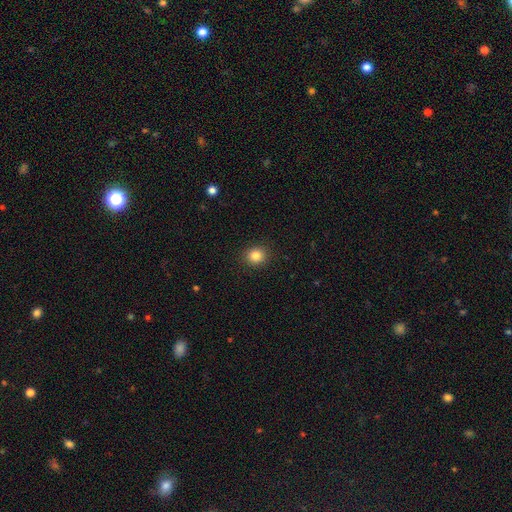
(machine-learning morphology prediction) A smooth galaxy with no disk features (84%) that is round (84%). Merging: none (91%).